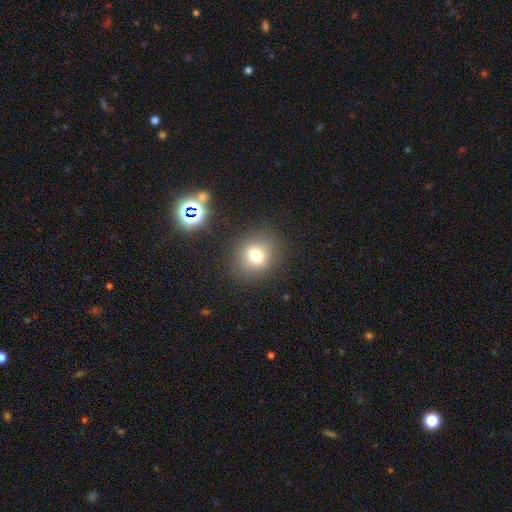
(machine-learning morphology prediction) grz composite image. It shows a smooth galaxy with no disk features (72%) that is round (72%). Merging: none (85%).